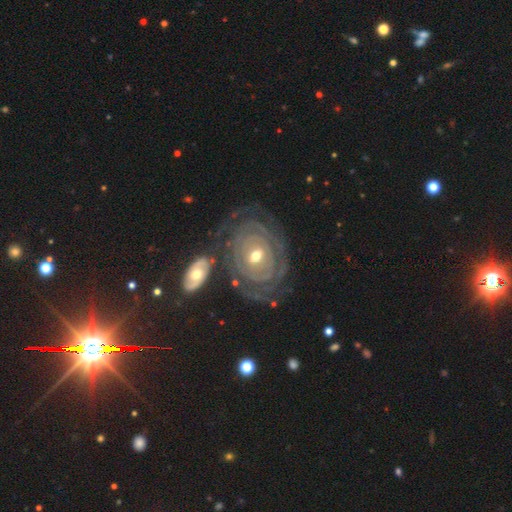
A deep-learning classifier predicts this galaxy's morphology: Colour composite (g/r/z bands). It shows a featured or disk galaxy (84%) with no bar (64%), tight (79%) spiral arms (83%) and a moderate central bulge (53%). Merging: none (63%).